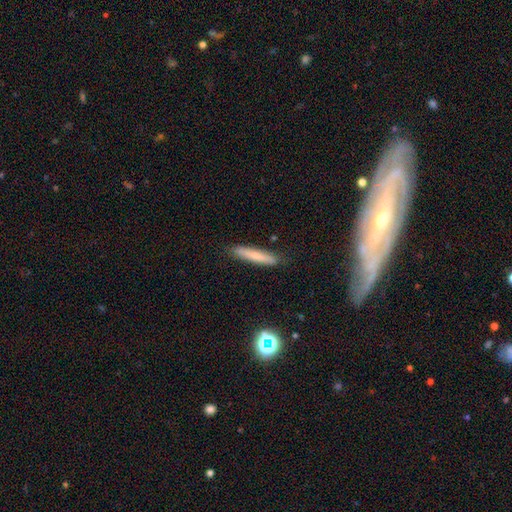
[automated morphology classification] Smooth or featured? Predicted: smooth (p=0.72). How rounded? Predicted: cigar-shaped (p=0.91). Merging? Predicted: none (p=0.87).